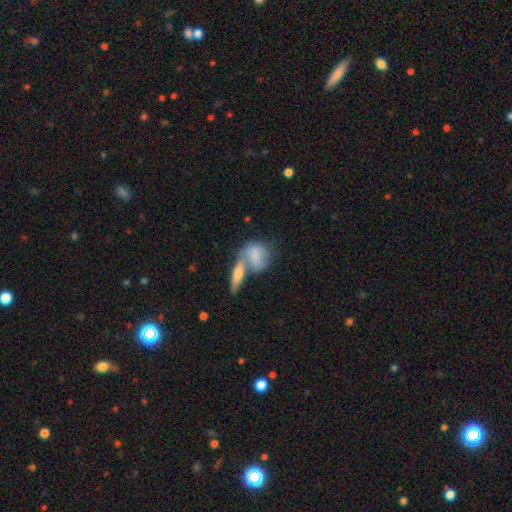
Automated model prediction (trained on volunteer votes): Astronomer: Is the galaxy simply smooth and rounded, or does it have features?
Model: smooth — 66%.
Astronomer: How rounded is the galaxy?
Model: in between — 52% (runner-up: round, 38%).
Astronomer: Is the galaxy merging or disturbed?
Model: merger — 56%.